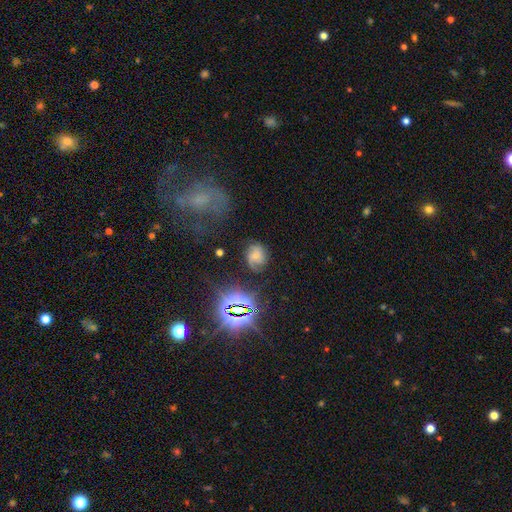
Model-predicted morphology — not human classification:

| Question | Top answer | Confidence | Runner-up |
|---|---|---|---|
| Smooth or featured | featured or disk | 42% | smooth (38%) |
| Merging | none | 63% | minor disturbance (23%) |